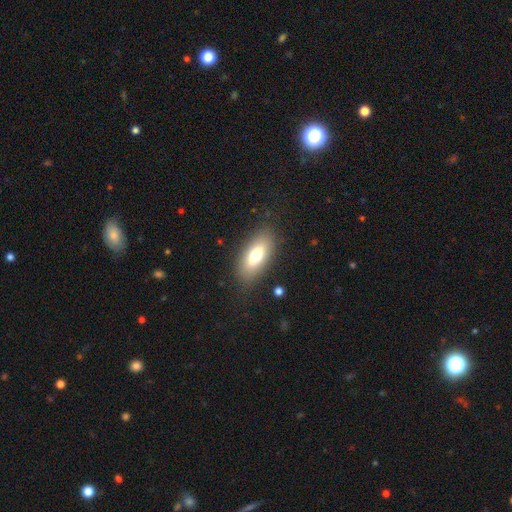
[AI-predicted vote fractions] The model was most divided on "smooth or featured": smooth: 71%, featured or disk: 21%, star or artifact: 8%. More confident: merging — none (84%); how rounded — in between (82%).